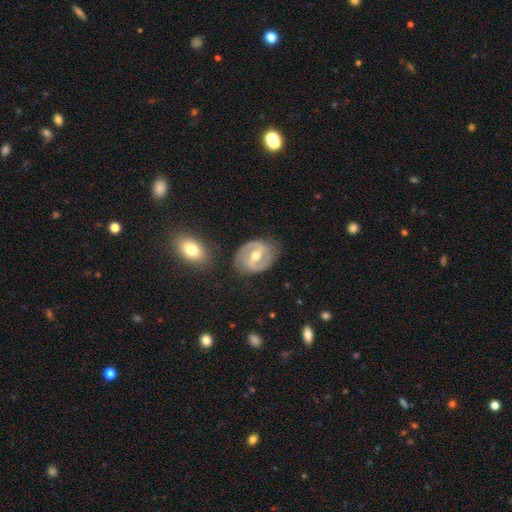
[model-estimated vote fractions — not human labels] Smooth or featured: featured or disk — 76% (smooth — 19%)
Edge-on disk: no — 96% (yes — 4%)
Bar: strong — 45% (weak — 38%)
Spiral arms: yes — 69% (no — 31%)
Spiral winding: medium — 43% (tight — 39%)
Spiral arm count: 2 — 85% (can't tell — 9%)
Bulge size: moderate — 77% (small — 15%)
Merging: none — 77% (minor disturbance — 15%)